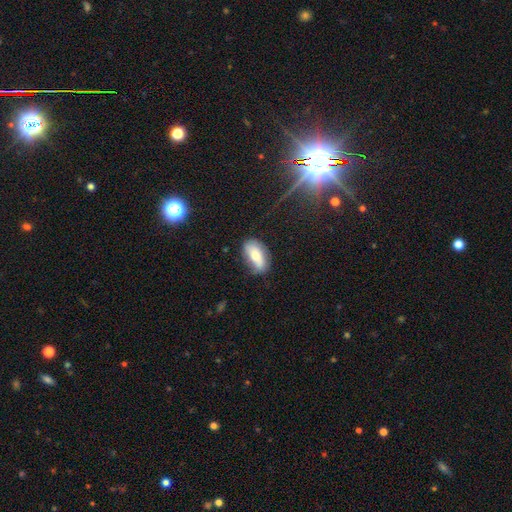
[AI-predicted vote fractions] Q: Smooth or featured?
A: smooth (66%); runner-up: featured or disk (25%)
Q: How rounded?
A: in between (89%); runner-up: cigar-shaped (7%)
Q: Merging?
A: none (68%); runner-up: minor disturbance (24%)